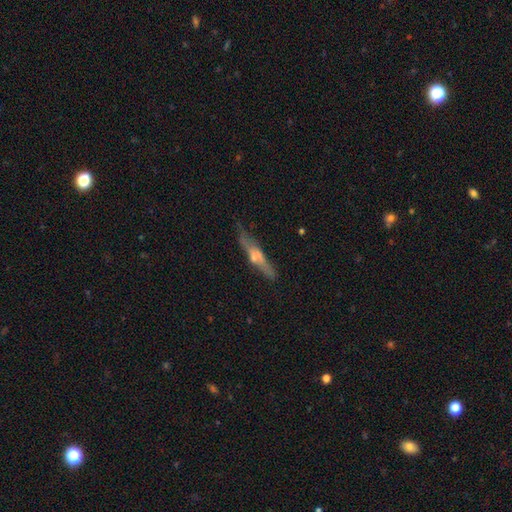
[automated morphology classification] Q: Smooth or featured?
A: featured or disk (50%); runner-up: smooth (43%)
Q: Merging?
A: none (65%); runner-up: minor disturbance (22%)